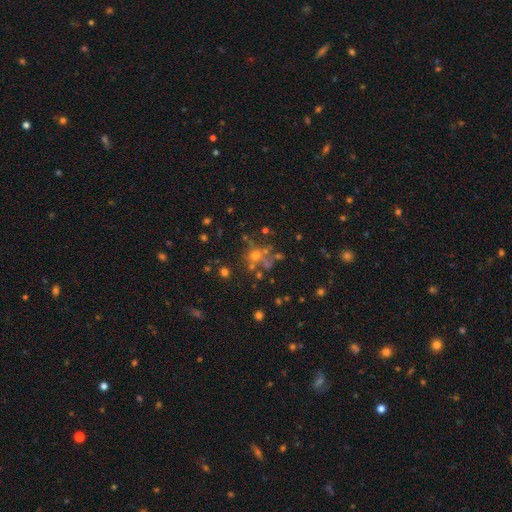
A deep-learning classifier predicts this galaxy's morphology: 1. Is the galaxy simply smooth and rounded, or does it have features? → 39% smooth, 35% star or artifact, 25% featured or disk.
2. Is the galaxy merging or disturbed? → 58% none, 22% merger, 11% minor disturbance, 9% major disturbance.